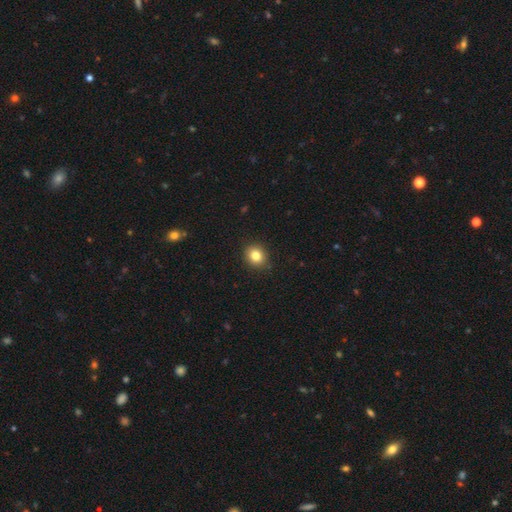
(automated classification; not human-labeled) smooth 82%, star or artifact 11%, featured or disk 7%. Down the decision tree: how rounded — round (72%); merging — none (88%).